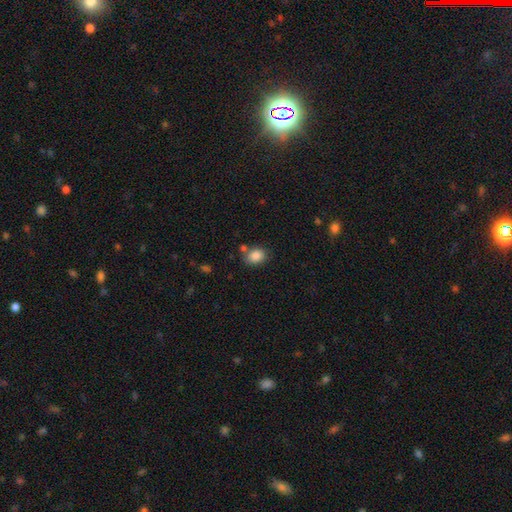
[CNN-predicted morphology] A smooth galaxy with no disk features (86%) that is in between round and cigar-shaped (59%). Merging: none (72%).